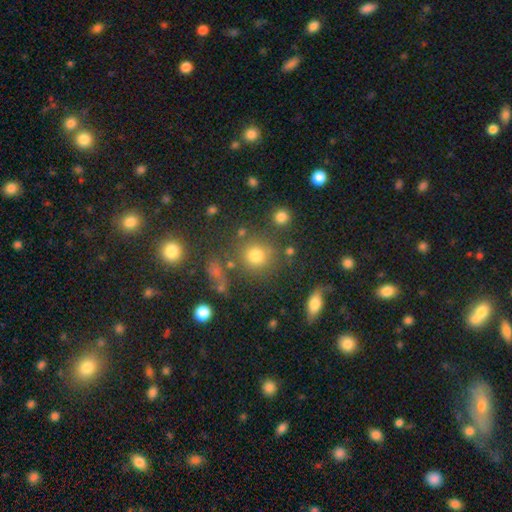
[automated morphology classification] Q: Smooth or featured?
A: smooth (75%); runner-up: star or artifact (17%)
Q: How rounded?
A: round (89%); runner-up: in between (10%)
Q: Merging?
A: none (74%); runner-up: minor disturbance (11%)